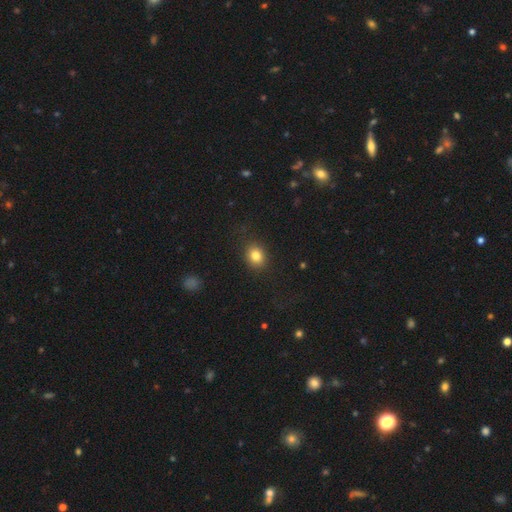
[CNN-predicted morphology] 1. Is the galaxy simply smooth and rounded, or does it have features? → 83% smooth, 11% star or artifact, 7% featured or disk.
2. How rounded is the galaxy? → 56% round, 43% in between, 1% cigar-shaped.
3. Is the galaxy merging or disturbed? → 86% none, 9% minor disturbance, 3% major disturbance, 1% merger.